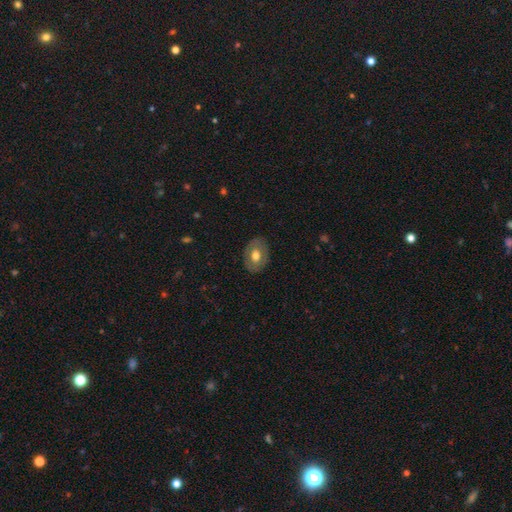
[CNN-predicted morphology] type=smooth (60%); roundness=in between (74%); merging=none (83%).